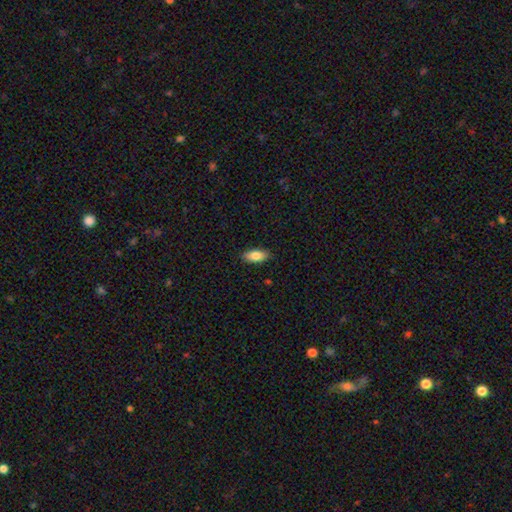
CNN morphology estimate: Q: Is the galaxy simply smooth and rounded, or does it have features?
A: smooth — 84%.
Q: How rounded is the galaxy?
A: in between — 87%.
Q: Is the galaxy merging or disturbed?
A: none — 89%.